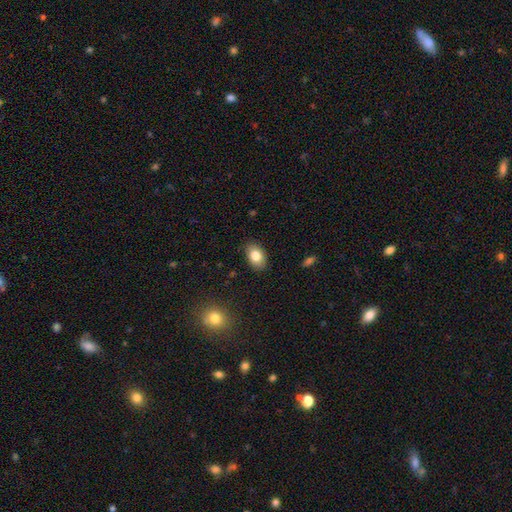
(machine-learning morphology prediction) A smooth galaxy with no disk features (82%) that is in between round and cigar-shaped (87%).

Vote fractions:
- Smooth or featured? smooth: 82% / featured or disk: 10% / star or artifact: 8%
- How rounded? in between: 87% / round: 12% / cigar-shaped: 1%
- Merging? none: 87% / minor disturbance: 10% / major disturbance: 2% / merger: 1%